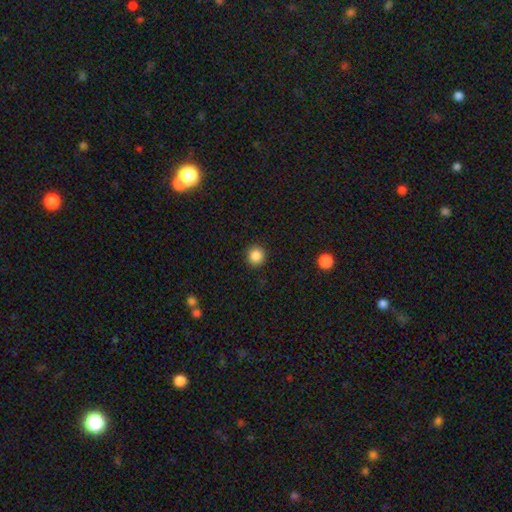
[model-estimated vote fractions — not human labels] Smooth or featured?
  - smooth: 86% *
  - star or artifact: 10%
  - featured or disk: 3%
How rounded?
  - round: 93% *
  - in between: 6%
  - cigar-shaped: 1%
Merging?
  - none: 92% *
  - minor disturbance: 5%
  - major disturbance: 2%
  - merger: 1%